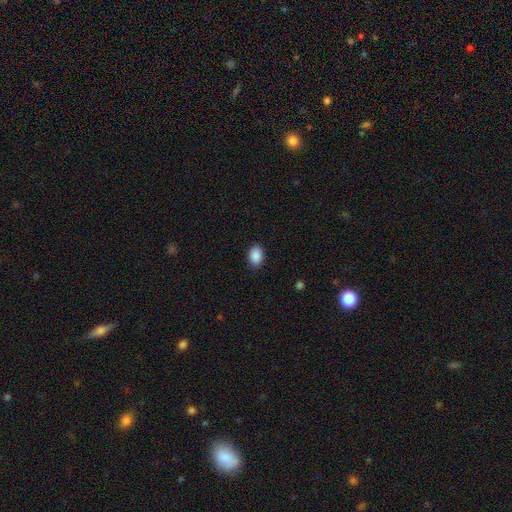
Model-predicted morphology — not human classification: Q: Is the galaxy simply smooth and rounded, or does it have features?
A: smooth — 90%.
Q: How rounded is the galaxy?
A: in between — 83%.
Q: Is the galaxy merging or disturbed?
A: none — 88%.